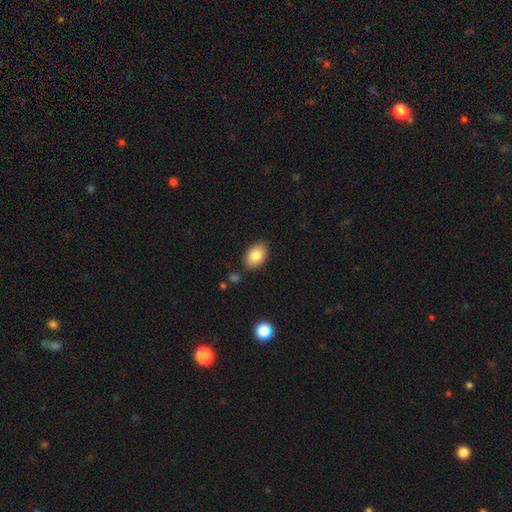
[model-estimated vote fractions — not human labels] Overall: smooth (84%). How rounded: in between (87%). Merging: none (84%).